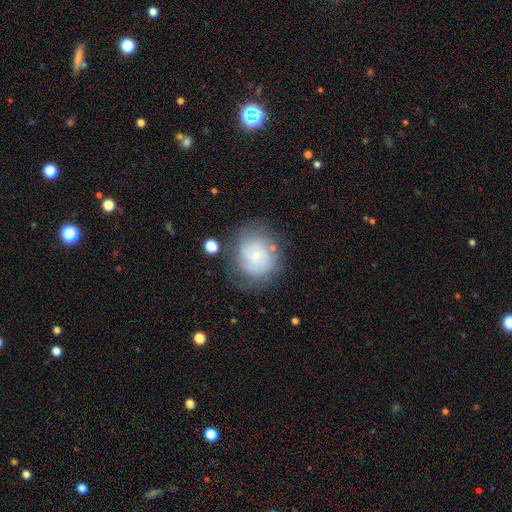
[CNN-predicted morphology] This is possibly a featured or disk galaxy (48%). Merging: likely none (68%).